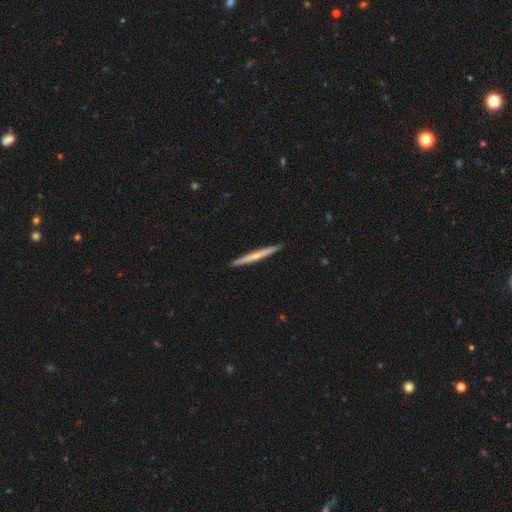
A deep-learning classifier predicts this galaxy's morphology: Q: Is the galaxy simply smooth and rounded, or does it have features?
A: featured or disk — 49%.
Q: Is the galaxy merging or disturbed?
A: none — 93%.